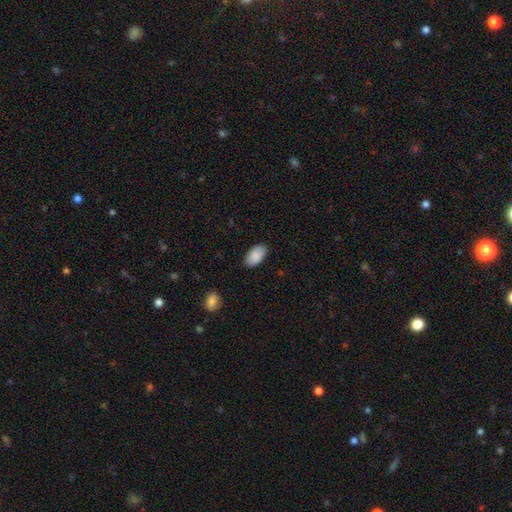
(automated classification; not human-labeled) Overall: smooth (89%). How rounded: in between (95%). Merging: none (85%).